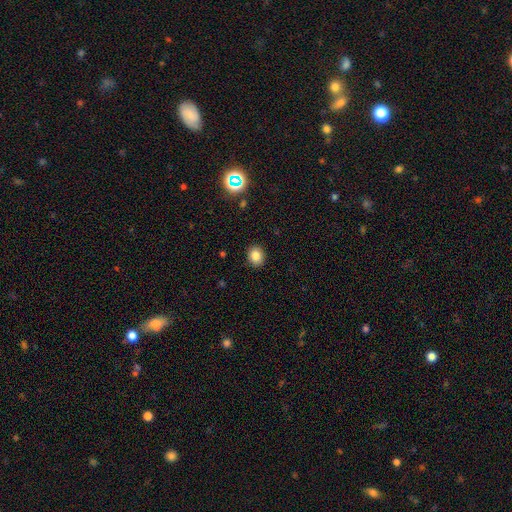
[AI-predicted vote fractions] This is clearly a smooth galaxy (84%). How rounded: possibly round (58%). Merging: clearly none (90%).